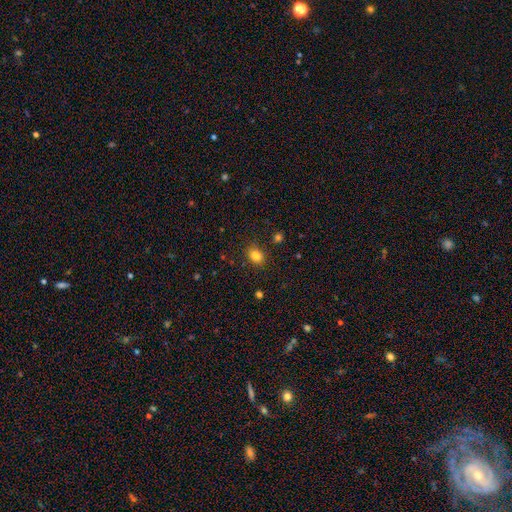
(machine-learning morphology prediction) smooth_or_featured: smooth (p=0.83) [alt: star or artifact p=0.12]
how_rounded: in between (p=0.52) [alt: round p=0.47]
merging: none (p=0.85) [alt: minor disturbance p=0.10]